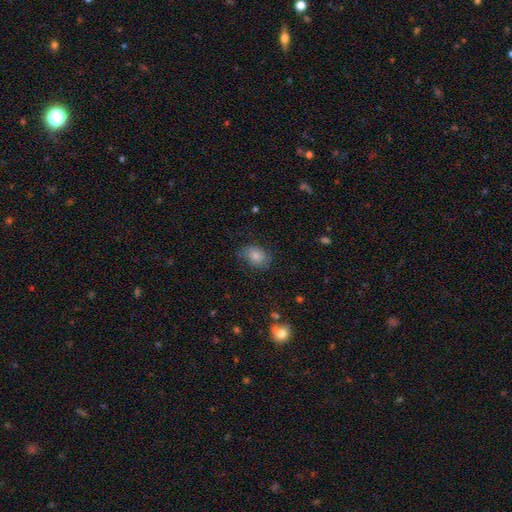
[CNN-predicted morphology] Q: Smooth or featured?
A: smooth (70%); runner-up: featured or disk (16%)
Q: How rounded?
A: in between (62%); runner-up: round (37%)
Q: Merging?
A: none (73%); runner-up: minor disturbance (19%)